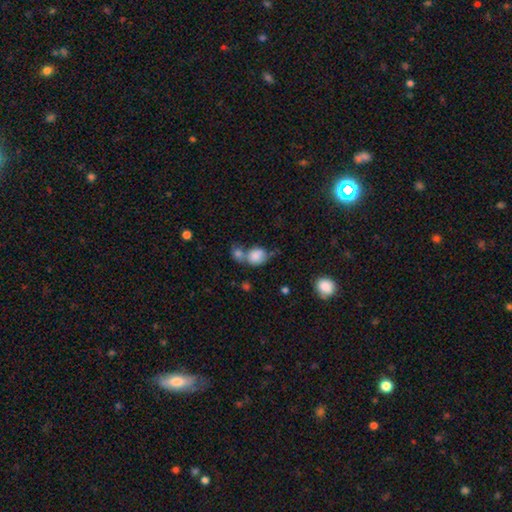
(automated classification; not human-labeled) This is clearly a smooth galaxy (81%). How rounded: possibly round (53%). Merging: possibly merger (53%).